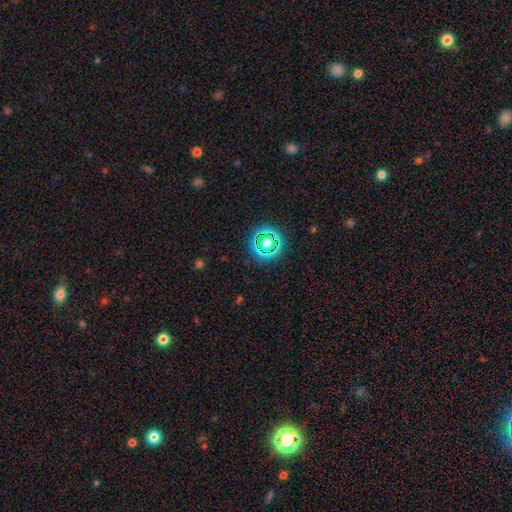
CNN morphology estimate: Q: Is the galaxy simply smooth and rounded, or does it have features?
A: star or artifact — 70%.